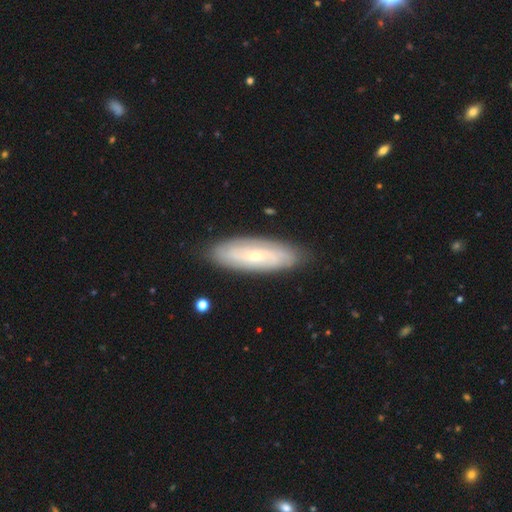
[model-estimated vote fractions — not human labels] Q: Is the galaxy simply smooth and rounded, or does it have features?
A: featured or disk — 64%.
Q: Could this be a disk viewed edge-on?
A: no — 81%.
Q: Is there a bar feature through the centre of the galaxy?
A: no — 70%.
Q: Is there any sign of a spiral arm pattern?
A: yes — 79%.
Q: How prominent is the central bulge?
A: small — 72%.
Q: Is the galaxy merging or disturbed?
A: none — 85%.